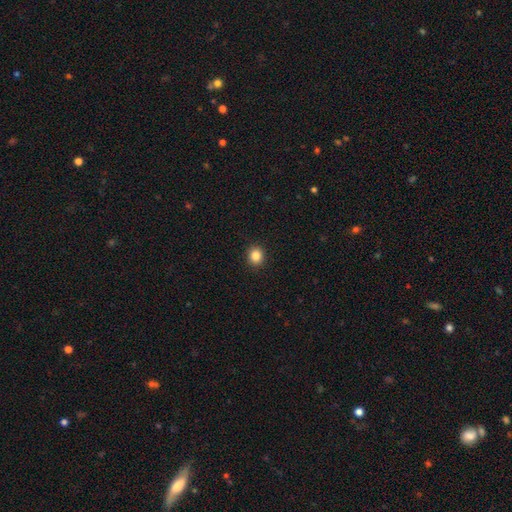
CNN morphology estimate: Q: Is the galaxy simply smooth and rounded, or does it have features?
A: smooth — 86%.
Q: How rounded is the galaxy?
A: round — 85%.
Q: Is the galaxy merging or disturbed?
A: none — 92%.